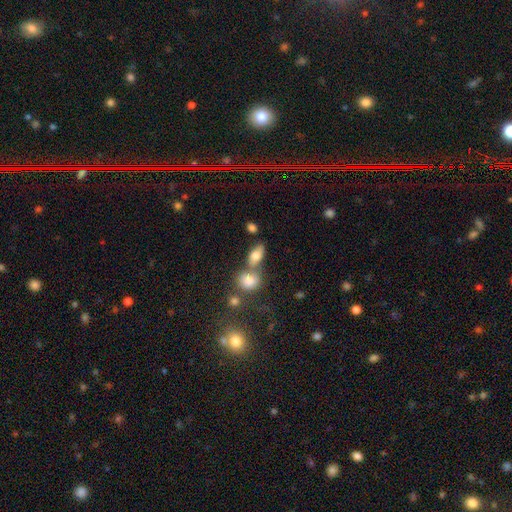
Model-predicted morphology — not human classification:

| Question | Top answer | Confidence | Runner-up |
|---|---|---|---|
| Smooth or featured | smooth | 76% | featured or disk (15%) |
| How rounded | in between | 83% | round (11%) |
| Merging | none | 51% | merger (32%) |